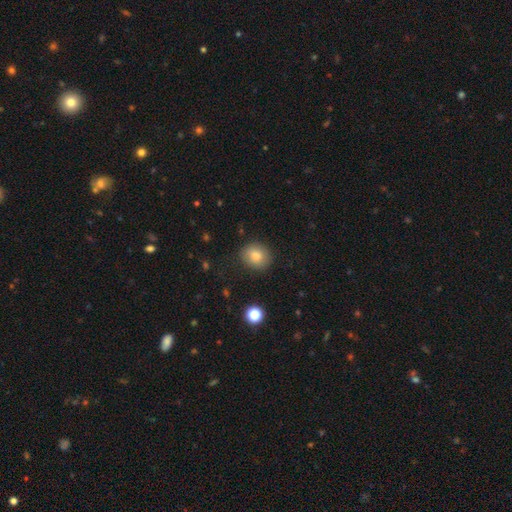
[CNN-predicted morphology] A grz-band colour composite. It shows a smooth galaxy with no disk features (81%) that is round (73%). Merging: none (86%).